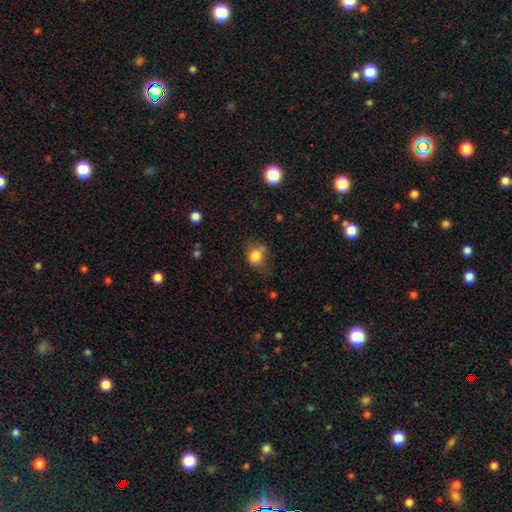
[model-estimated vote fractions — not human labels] Smooth or featured: smooth — 81% (star or artifact — 10%)
How rounded: round — 58% (in between — 41%)
Merging: none — 48% (minor disturbance — 32%)